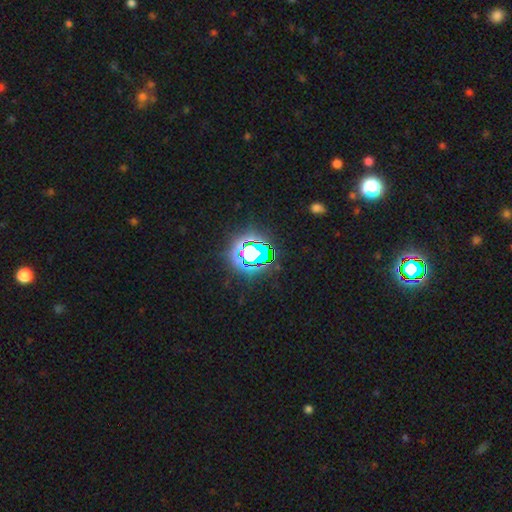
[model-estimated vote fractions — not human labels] This appears to be a star or artifact, not a galaxy (69%).